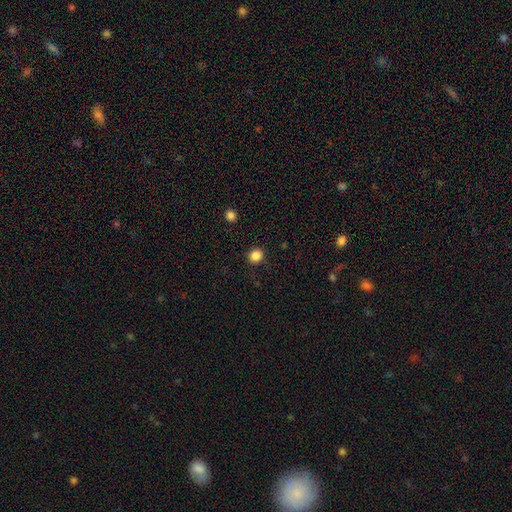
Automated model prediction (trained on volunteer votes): Overall: smooth (85%). How rounded: round (84%). Merging: none (89%).